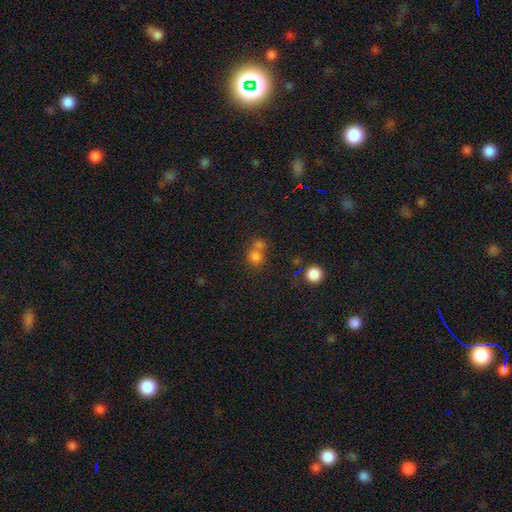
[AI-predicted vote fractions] smooth_or_featured: smooth (p=0.74) [alt: star or artifact p=0.16]
how_rounded: round (p=0.81) [alt: in between p=0.18]
merging: merger (p=0.46) [alt: none p=0.43]